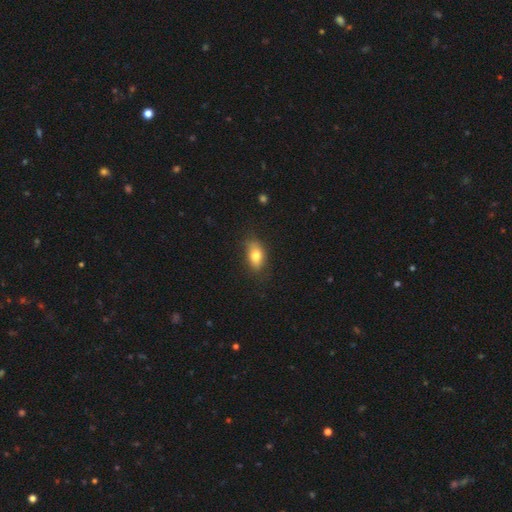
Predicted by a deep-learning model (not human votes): This appears to be a smooth galaxy with no disk features (78%) that is in between round and cigar-shaped (86%). Merging: none (74%).